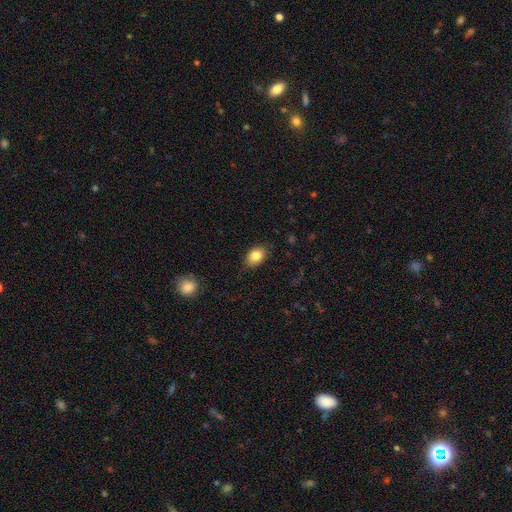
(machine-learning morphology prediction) This appears to be a smooth galaxy with no disk features (84%) that is in between round and cigar-shaped (83%). Merging: none (83%).